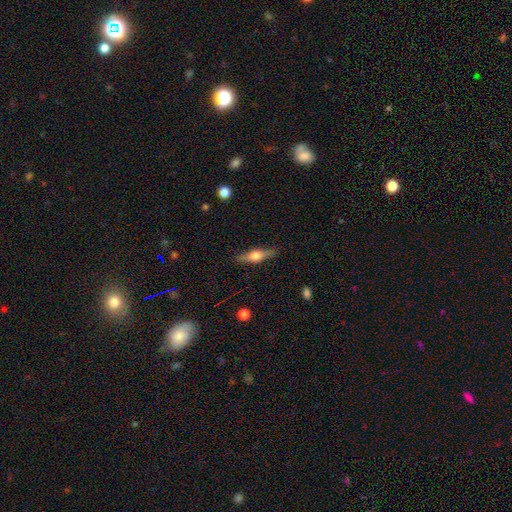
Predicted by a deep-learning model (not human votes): Smooth or featured? Predicted: featured or disk (p=0.54). Edge-on disk? Predicted: yes (p=0.94). Edge-on bulge? Predicted: rounded (p=0.86). Merging? Predicted: none (p=0.85).